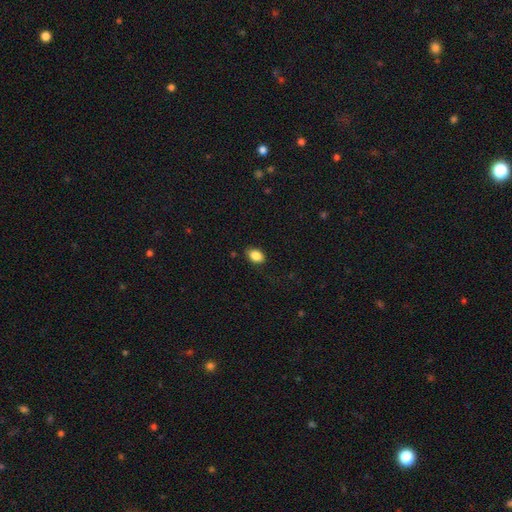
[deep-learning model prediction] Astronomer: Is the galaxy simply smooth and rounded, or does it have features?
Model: smooth — 87%.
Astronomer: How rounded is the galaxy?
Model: in between — 83%.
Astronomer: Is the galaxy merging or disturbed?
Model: none — 85%.